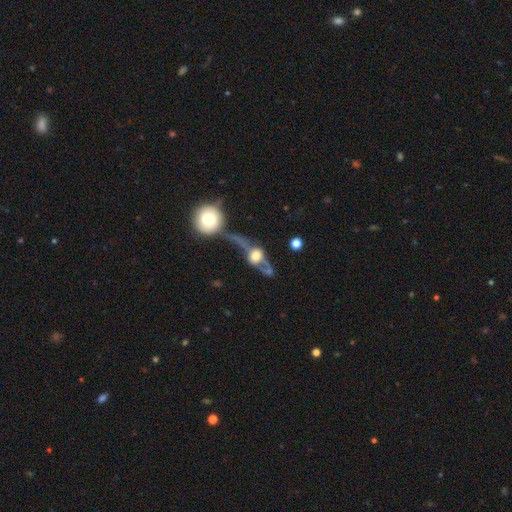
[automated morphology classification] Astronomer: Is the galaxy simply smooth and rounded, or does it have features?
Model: featured or disk — 62%.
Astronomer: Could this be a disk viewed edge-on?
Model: no — 58% (runner-up: yes, 42%).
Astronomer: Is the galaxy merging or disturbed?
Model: major disturbance — 31%, tied with merger at 31%.